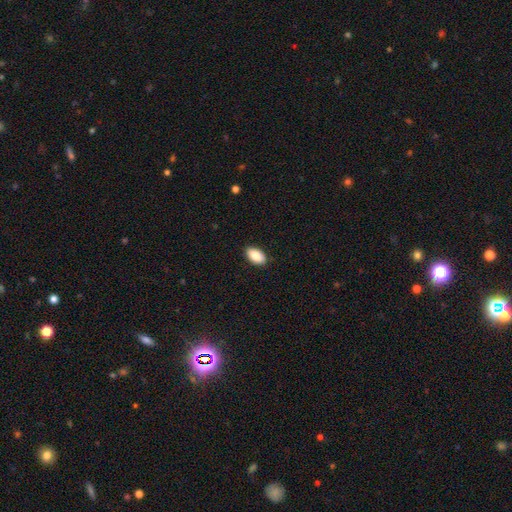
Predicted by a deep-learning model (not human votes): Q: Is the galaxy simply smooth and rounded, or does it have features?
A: smooth — 89%.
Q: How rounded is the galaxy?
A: in between — 94%.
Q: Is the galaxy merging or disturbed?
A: none — 89%.